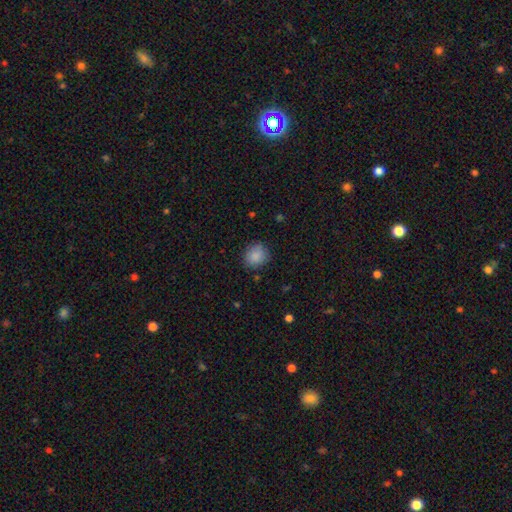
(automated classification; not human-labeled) Morphology: type=smooth (87%); roundness=round (80%); merging=none (84%).